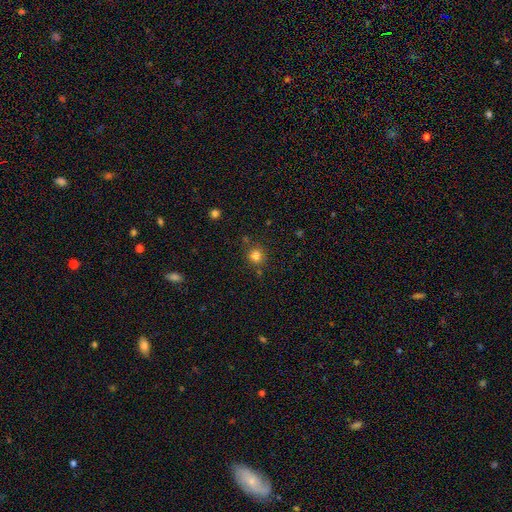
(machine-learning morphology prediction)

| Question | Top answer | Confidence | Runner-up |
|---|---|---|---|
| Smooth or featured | smooth | 81% | star or artifact (14%) |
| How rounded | round | 88% | in between (11%) |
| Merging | none | 81% | minor disturbance (10%) |